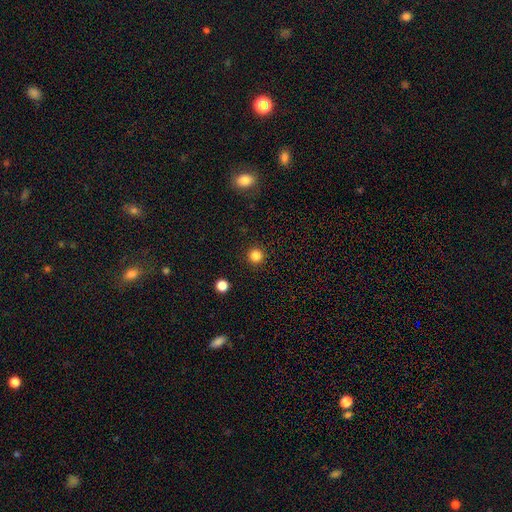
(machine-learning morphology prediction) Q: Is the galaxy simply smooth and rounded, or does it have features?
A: smooth — 85%.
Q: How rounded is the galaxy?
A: round — 96%.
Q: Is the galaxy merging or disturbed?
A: none — 92%.